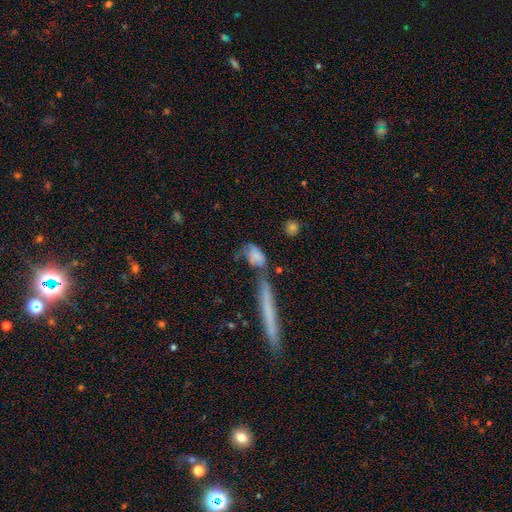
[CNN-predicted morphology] smooth-or-featured: smooth: 66% | featured or disk: 25% | star or artifact: 9%
  how-rounded: in between: 71% | cigar-shaped: 17% | round: 12%
  merging: none: 32% | merger: 31% | minor disturbance: 21% | major disturbance: 16%